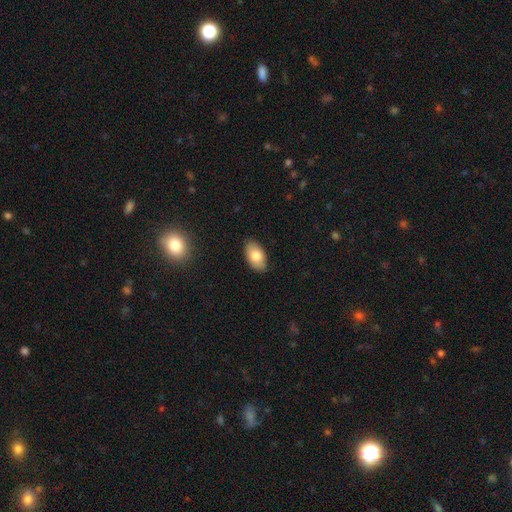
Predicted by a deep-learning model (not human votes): smooth 79%, featured or disk 14%, star or artifact 7%. Down the decision tree: how rounded — in between (94%); merging — none (85%).